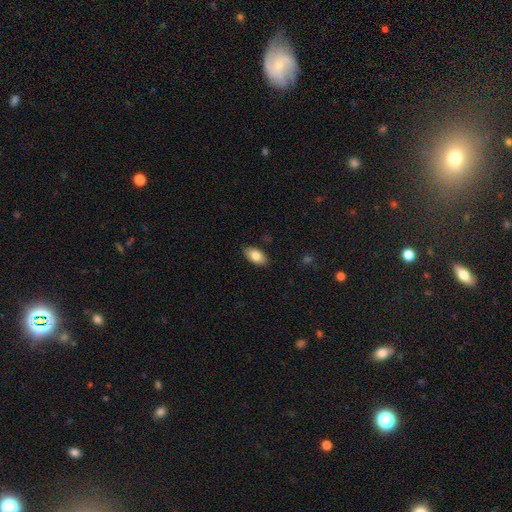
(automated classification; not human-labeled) This is clearly a smooth galaxy (84%). How rounded: clearly in between (93%). Merging: clearly none (87%).